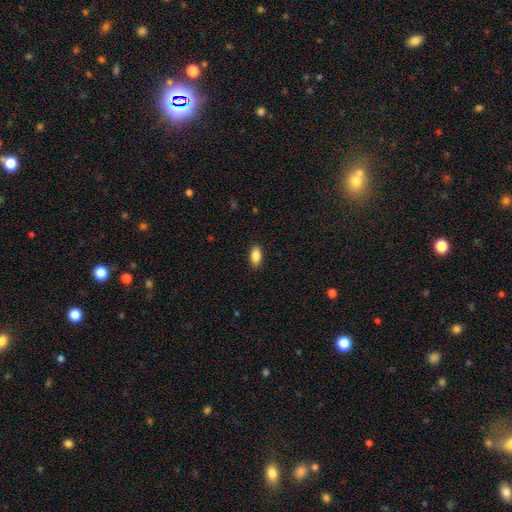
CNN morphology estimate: Overall: smooth (88%). How rounded: in between (91%). Merging: none (89%).